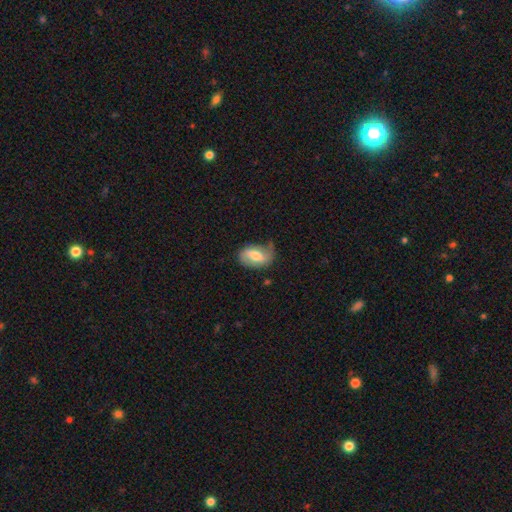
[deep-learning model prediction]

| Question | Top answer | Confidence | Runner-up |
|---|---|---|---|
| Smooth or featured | smooth | 47% | featured or disk (46%) |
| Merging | none | 55% | minor disturbance (32%) |